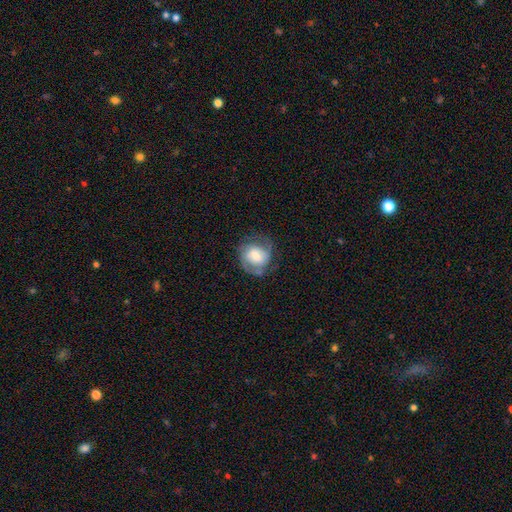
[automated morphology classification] The model was most divided on "bar": no: 43%, weak: 42%, strong: 15%. Remaining: edge-on disk — no (97%); spiral arms — yes (85%); merging — none (63%); smooth or featured — featured or disk (59%); bulge size — moderate (39%).